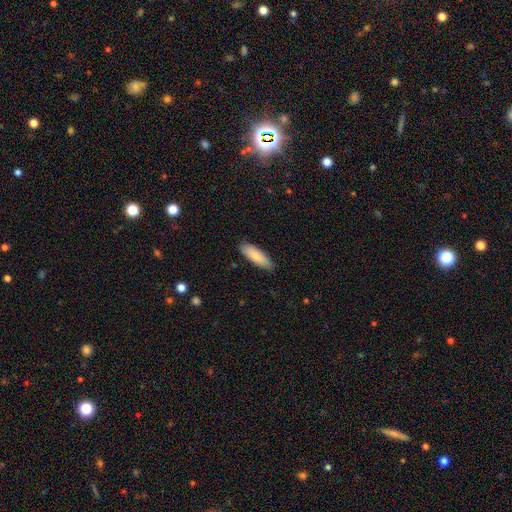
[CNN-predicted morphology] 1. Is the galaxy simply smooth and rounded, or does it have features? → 84% smooth, 11% featured or disk, 5% star or artifact.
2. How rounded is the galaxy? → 57% in between, 41% cigar-shaped, 2% round.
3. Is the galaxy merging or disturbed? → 87% none, 11% minor disturbance, 2% major disturbance, 1% merger.